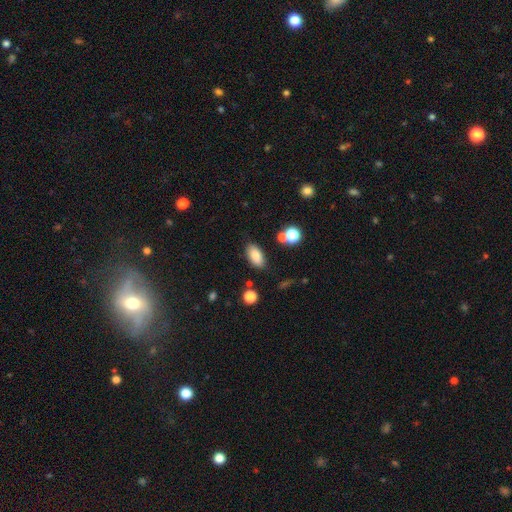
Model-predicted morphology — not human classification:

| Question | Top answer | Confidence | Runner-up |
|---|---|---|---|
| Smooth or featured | smooth | 81% | star or artifact (10%) |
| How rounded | in between | 90% | round (5%) |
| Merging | none | 81% | minor disturbance (11%) |